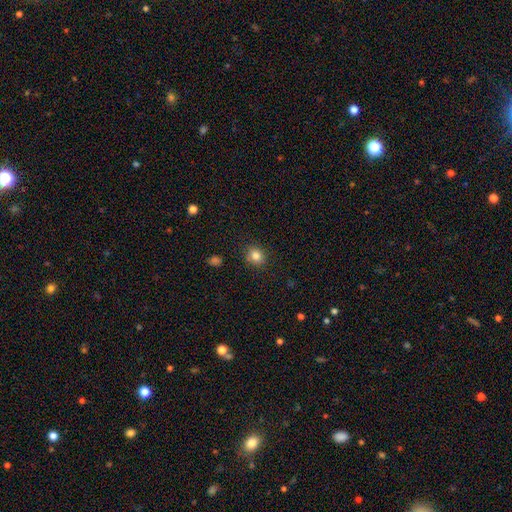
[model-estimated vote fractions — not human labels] This appears to be a smooth galaxy with no disk features (83%) that is round (73%). Merging: none (87%).